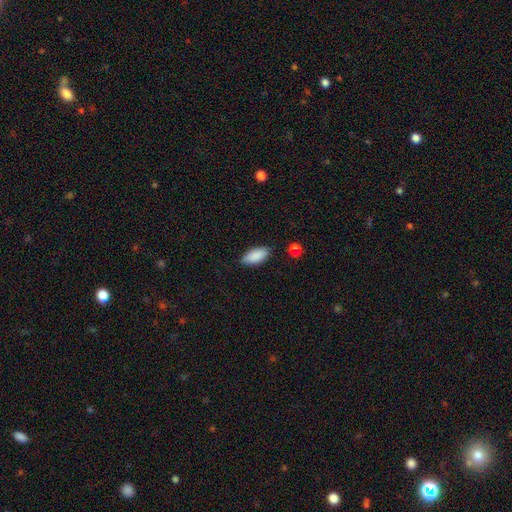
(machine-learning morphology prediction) A smooth galaxy with no disk features (89%) that is in between round and cigar-shaped (89%).

Vote fractions:
- Smooth or featured? smooth: 89% / star or artifact: 6% / featured or disk: 5%
- How rounded? in between: 89% / cigar-shaped: 9% / round: 2%
- Merging? none: 83% / minor disturbance: 12% / major disturbance: 3% / merger: 2%